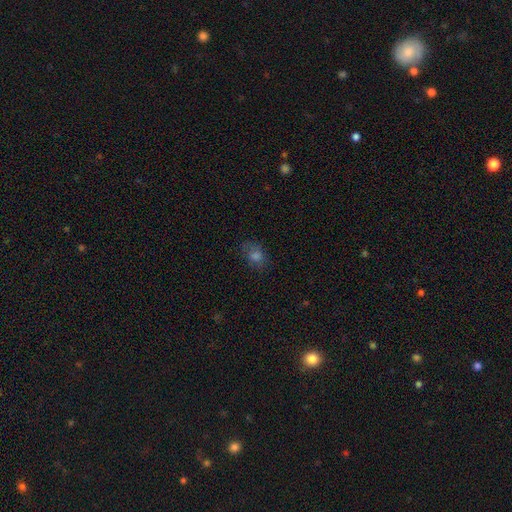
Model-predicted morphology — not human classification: The model was most divided on "how rounded": in between: 59%, round: 40%, cigar-shaped: 2%. More confident: merging — none (71%); smooth or featured — smooth (64%).